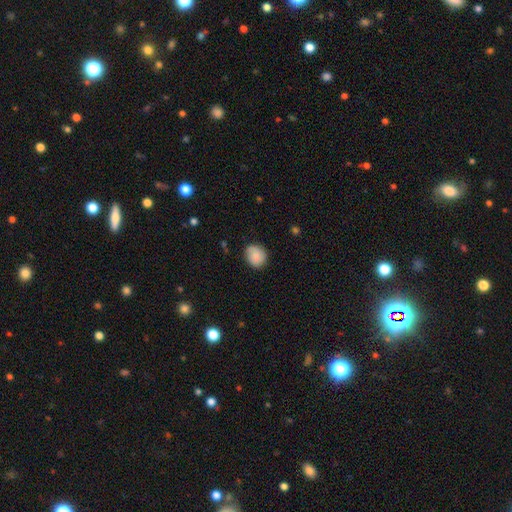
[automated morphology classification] Smooth or featured? smooth (85%)
How rounded? round (70%)
Merging? none (78%)